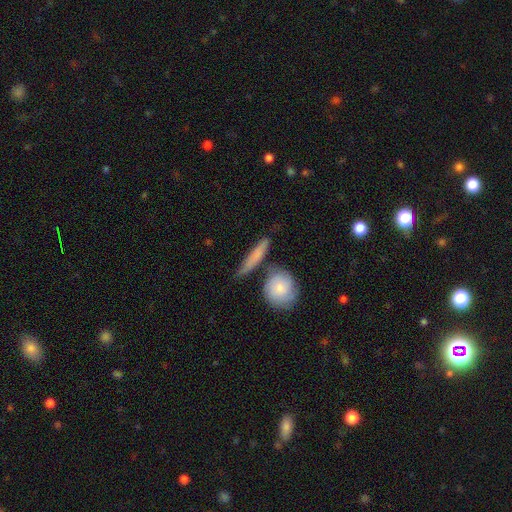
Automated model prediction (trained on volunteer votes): This appears to be a smooth galaxy with no disk features (66%) that is cigar-shaped (74%). Merging: none (67%).